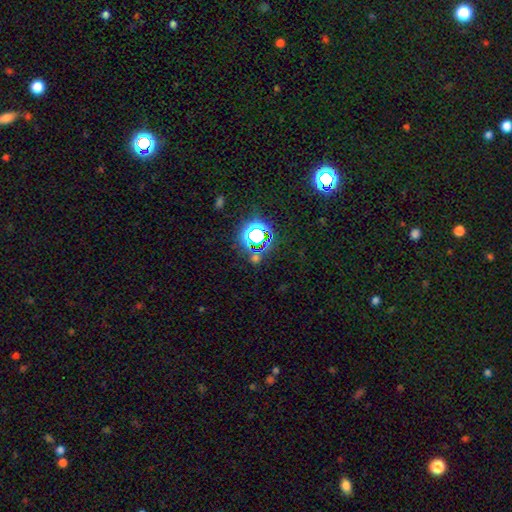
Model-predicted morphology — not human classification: Q: Smooth or featured?
A: star or artifact (72%); runner-up: smooth (20%)